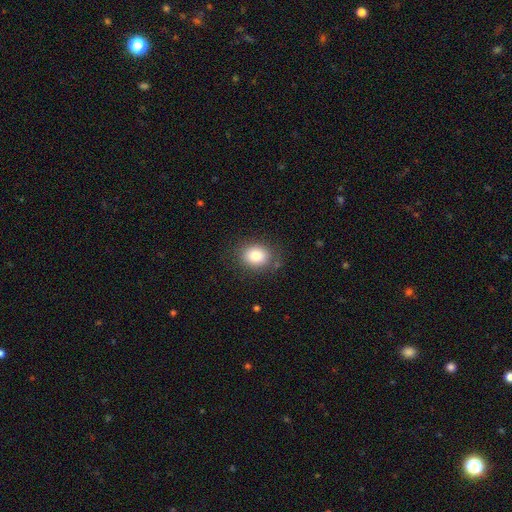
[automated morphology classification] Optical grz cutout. It shows a smooth galaxy with no disk features (84%) that is round (50%). Merging: none (82%).